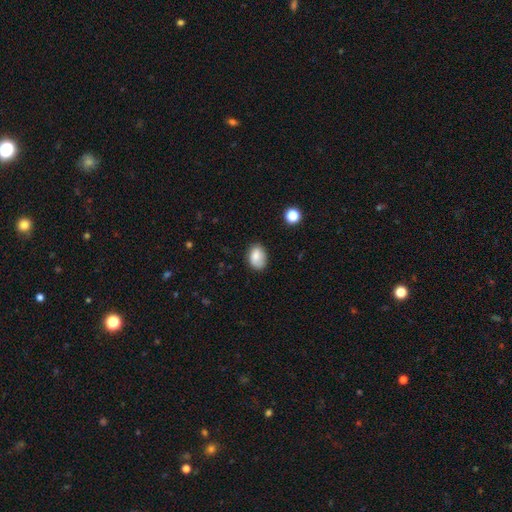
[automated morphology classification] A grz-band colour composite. It shows a smooth galaxy with no disk features (81%) that is in between round and cigar-shaped (81%). Merging: none (74%).